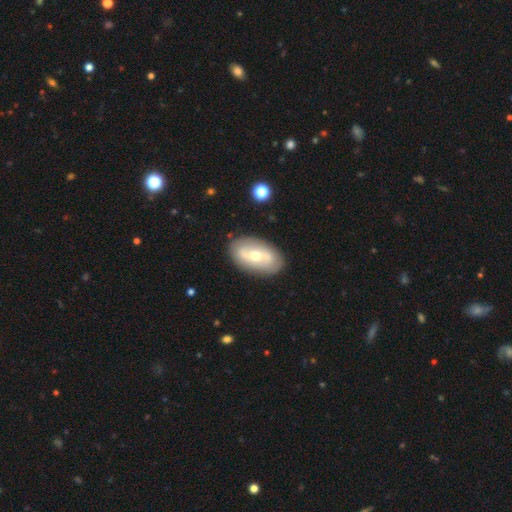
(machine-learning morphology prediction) A featured or disk galaxy (59%) with no bar (38%), no spiral arms (52%) and a moderate central bulge (63%). Merging: none (86%).